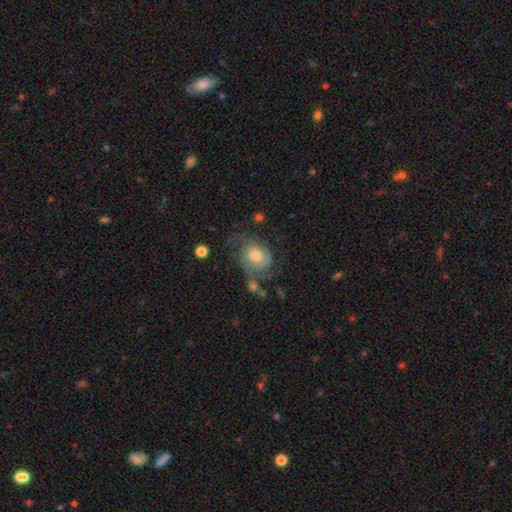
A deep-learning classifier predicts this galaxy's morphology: Smooth or featured?
  - featured or disk: 61% *
  - smooth: 30%
  - star or artifact: 9%
Edge-on disk?
  - no: 97% *
  - yes: 3%
Bar?
  - no: 77% *
  - weak: 20%
  - strong: 3%
Spiral arms?
  - yes: 85% *
  - no: 15%
Spiral winding?
  - medium: 41% *
  - tight: 35%
  - loose: 23%
Spiral arm count?
  - 2: 50% *
  - can't tell: 25%
  - 1: 10%
  - 3: 10%
  - 4: 3%
  - more than 4: 3%
Bulge size?
  - moderate: 56% *
  - large: 19%
  - small: 18%
  - none: 4%
  - dominant: 3%
Merging?
  - none: 46% *
  - minor disturbance: 24%
  - major disturbance: 24%
  - merger: 7%